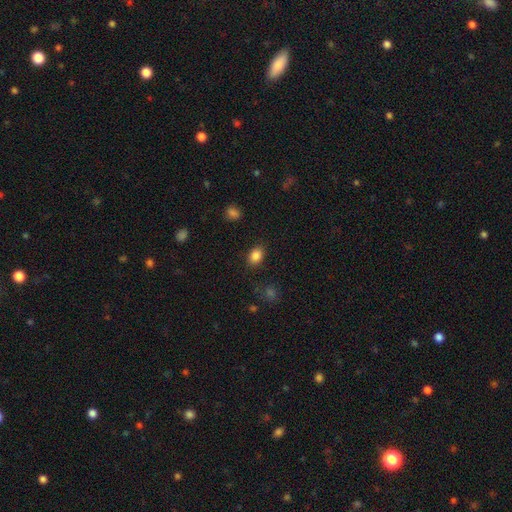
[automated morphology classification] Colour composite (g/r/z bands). It shows a smooth galaxy with no disk features (85%) that is in between round and cigar-shaped (67%). Merging: none (85%).